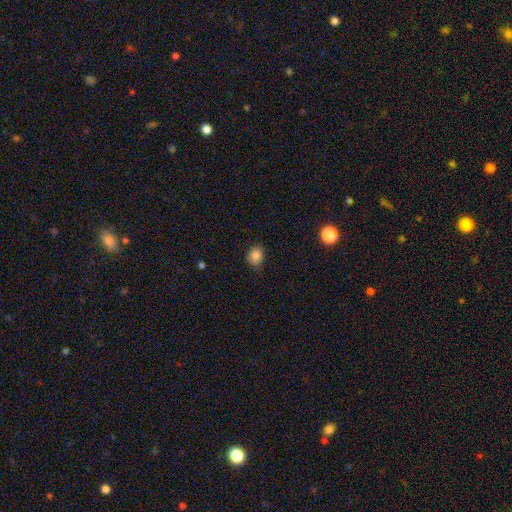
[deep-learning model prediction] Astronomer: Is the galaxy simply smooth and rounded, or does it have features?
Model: smooth — 84%.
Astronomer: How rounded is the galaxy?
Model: round — 67%.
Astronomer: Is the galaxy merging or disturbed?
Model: none — 77%.